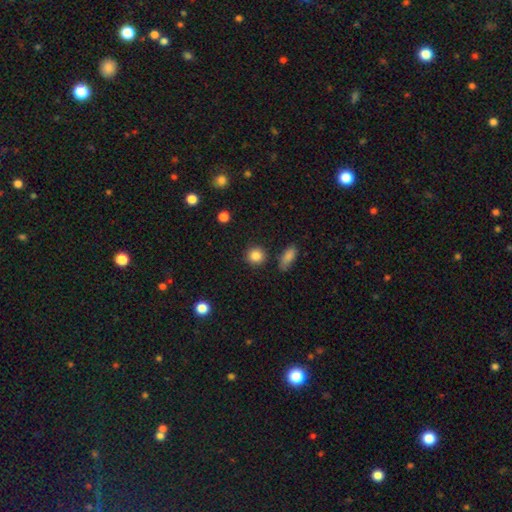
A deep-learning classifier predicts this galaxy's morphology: type=smooth (86%); roundness=round (90%); merging=none (86%).